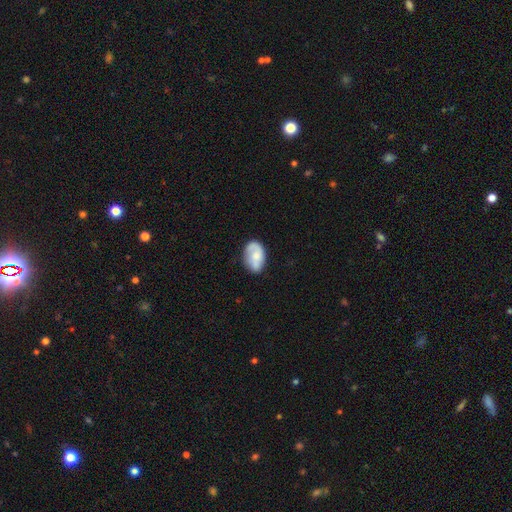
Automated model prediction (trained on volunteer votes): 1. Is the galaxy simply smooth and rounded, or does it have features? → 52% smooth, 41% featured or disk, 7% star or artifact.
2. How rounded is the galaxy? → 87% in between, 12% round, 1% cigar-shaped.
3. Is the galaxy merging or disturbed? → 65% none, 25% minor disturbance, 8% major disturbance, 3% merger.